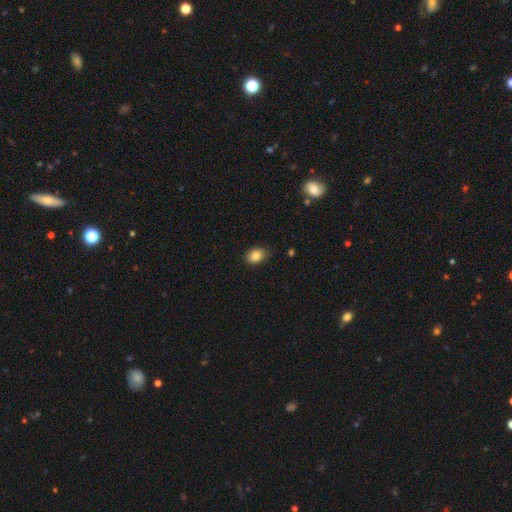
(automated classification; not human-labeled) Morphology: type=smooth (84%); roundness=in between (73%); merging=none (75%).